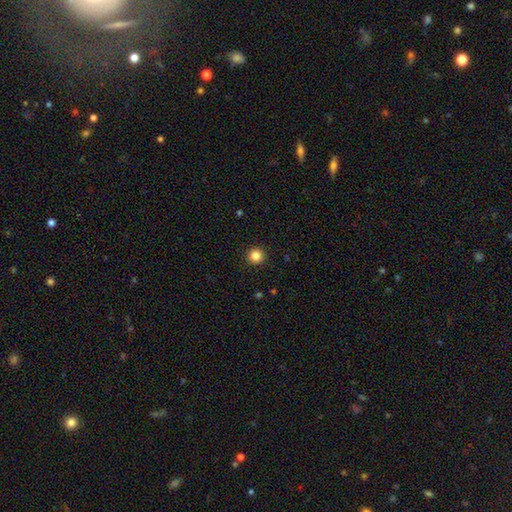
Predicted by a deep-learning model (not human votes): Smooth or featured: smooth — 85% (star or artifact — 11%)
How rounded: round — 96% (in between — 3%)
Merging: none — 93% (minor disturbance — 4%)